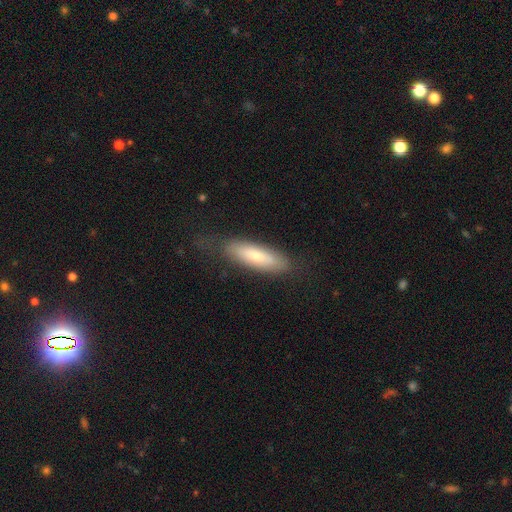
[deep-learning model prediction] smooth 66%, featured or disk 28%, star or artifact 6%. Down the decision tree: how rounded — cigar-shaped (54%); merging — none (74%).